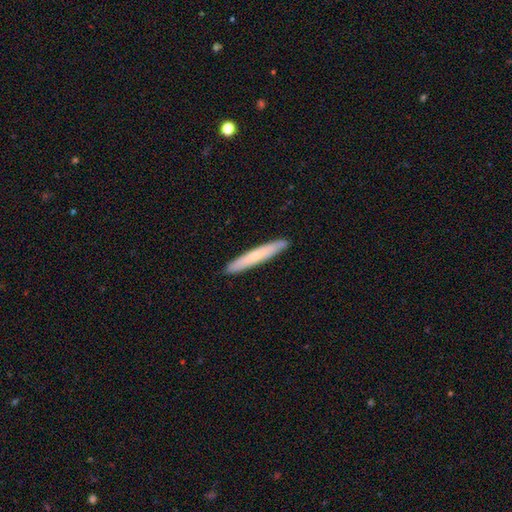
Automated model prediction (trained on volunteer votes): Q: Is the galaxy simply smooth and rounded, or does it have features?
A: smooth — 63%.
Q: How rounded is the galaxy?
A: cigar-shaped — 96%.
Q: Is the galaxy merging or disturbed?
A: none — 92%.